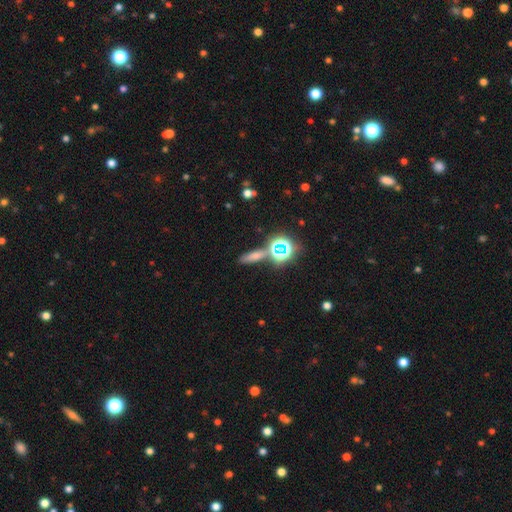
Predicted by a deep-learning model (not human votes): smooth 58%, star or artifact 30%, featured or disk 12%. Down the decision tree: how rounded — cigar-shaped (52%); merging — none (72%).